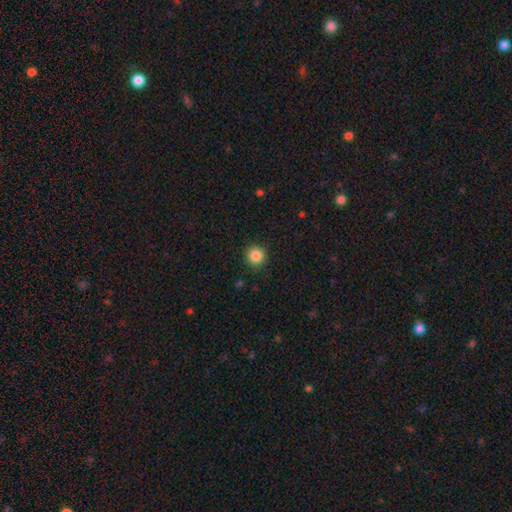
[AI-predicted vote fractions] Smooth or featured?
  - smooth: 87% *
  - star or artifact: 10%
  - featured or disk: 4%
How rounded?
  - round: 94% *
  - in between: 5%
  - cigar-shaped: 1%
Merging?
  - none: 91% *
  - minor disturbance: 6%
  - major disturbance: 2%
  - merger: 1%